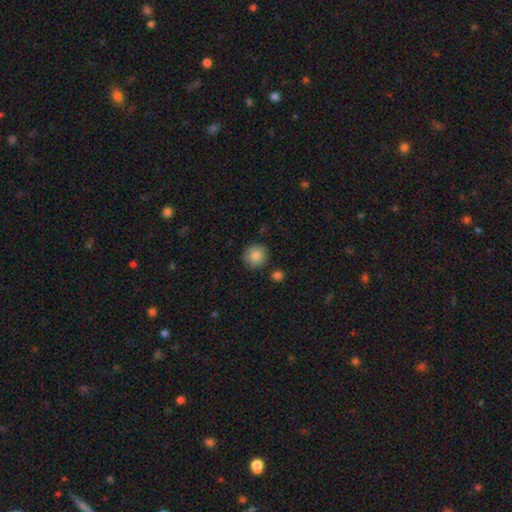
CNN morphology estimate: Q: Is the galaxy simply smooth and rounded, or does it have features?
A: smooth — 85%.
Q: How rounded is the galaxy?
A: round — 93%.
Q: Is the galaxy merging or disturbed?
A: none — 86%.